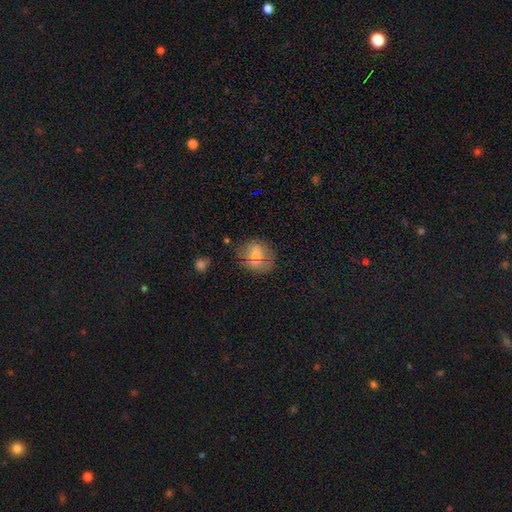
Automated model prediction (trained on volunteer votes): This appears to be a smooth galaxy with no disk features (68%) that is round (68%). Merging: none (56%).